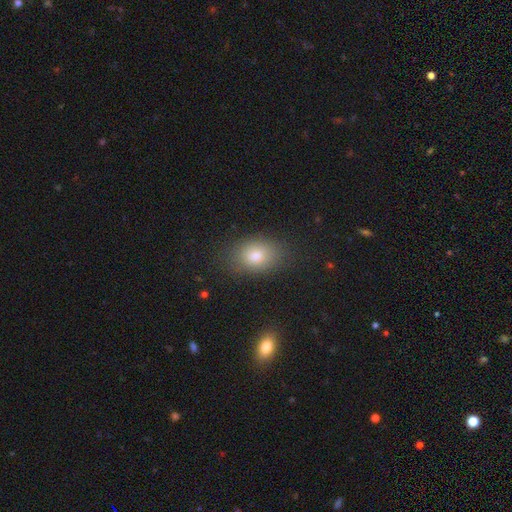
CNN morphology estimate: A smooth galaxy with no disk features (78%) that is in between round and cigar-shaped (73%). Merging: none (82%).